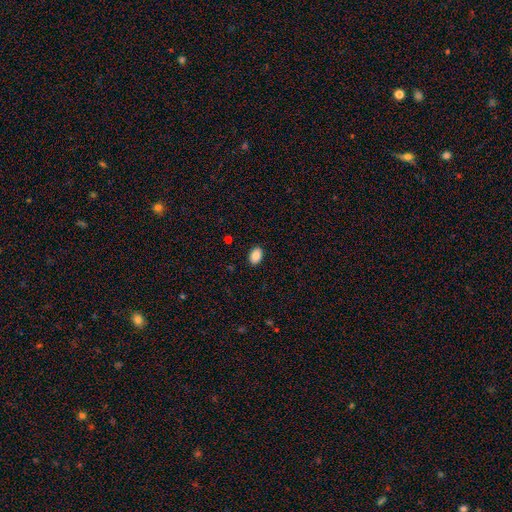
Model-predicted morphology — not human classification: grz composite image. It shows a smooth galaxy with no disk features (89%) that is in between round and cigar-shaped (88%). Merging: none (90%).